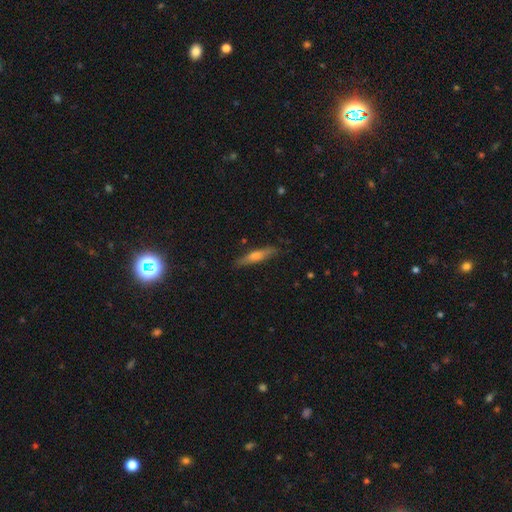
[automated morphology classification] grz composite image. It shows a featured or disk galaxy (48%). Merging: none (87%).